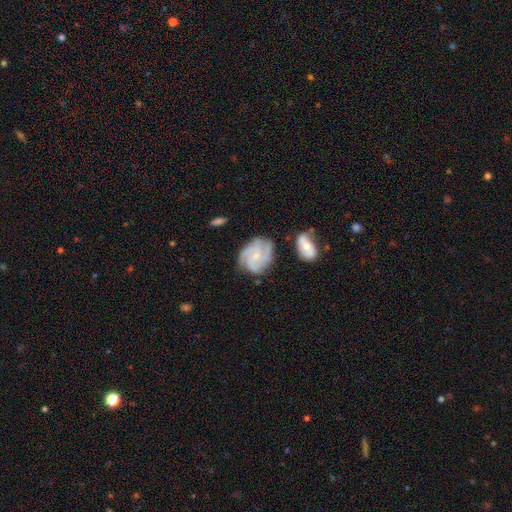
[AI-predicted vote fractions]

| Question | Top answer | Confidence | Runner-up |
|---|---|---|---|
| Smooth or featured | featured or disk | 79% | smooth (14%) |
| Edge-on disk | no | 98% | yes (2%) |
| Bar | no | 59% | weak (35%) |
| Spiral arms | yes | 95% | no (5%) |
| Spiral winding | tight | 45% | medium (43%) |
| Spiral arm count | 3 | 44% | can't tell (18%) |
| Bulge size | small | 63% | moderate (20%) |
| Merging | none | 67% | minor disturbance (21%) |